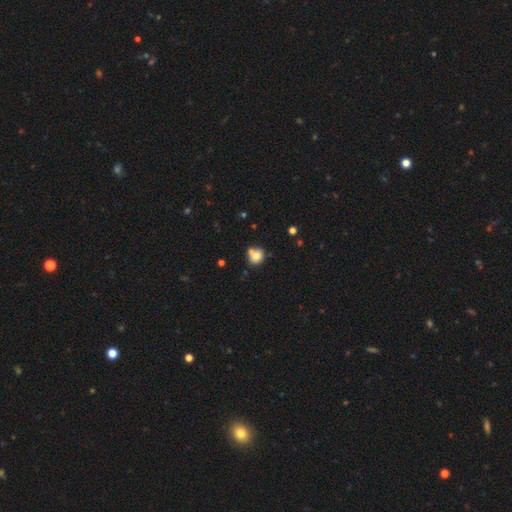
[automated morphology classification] A smooth galaxy with no disk features (76%) that is round (83%). Merging: none (56%).